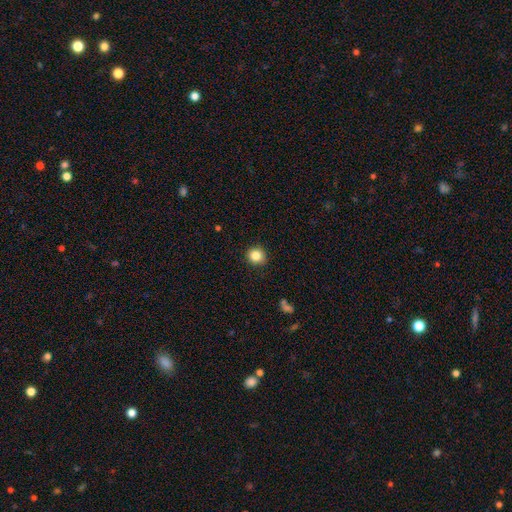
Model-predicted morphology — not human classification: Q: Smooth or featured?
A: smooth (84%); runner-up: star or artifact (10%)
Q: How rounded?
A: round (88%); runner-up: in between (11%)
Q: Merging?
A: none (89%); runner-up: minor disturbance (8%)